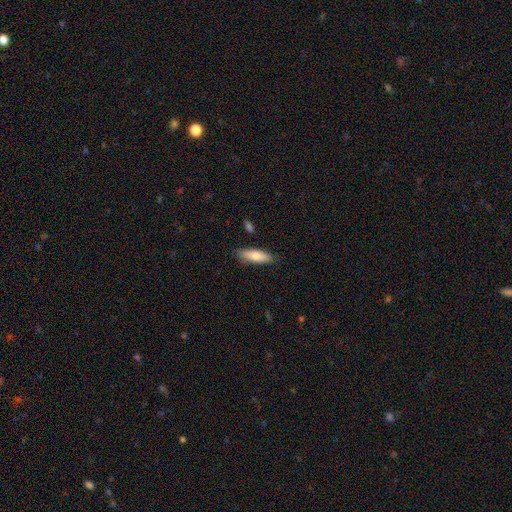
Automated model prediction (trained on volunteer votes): smooth-or-featured: smooth: 77% | featured or disk: 17% | star or artifact: 6%
  how-rounded: cigar-shaped: 50% | in between: 48% | round: 2%
  merging: none: 83% | minor disturbance: 12% | major disturbance: 2% | merger: 2%